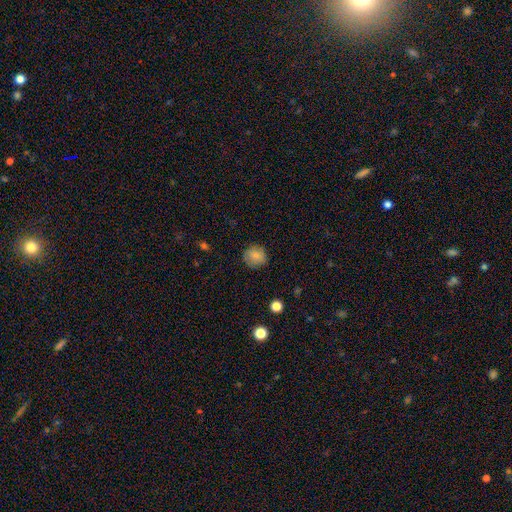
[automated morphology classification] Smooth or featured: smooth — 81% (featured or disk — 10%)
How rounded: round — 83% (in between — 16%)
Merging: none — 82% (minor disturbance — 14%)